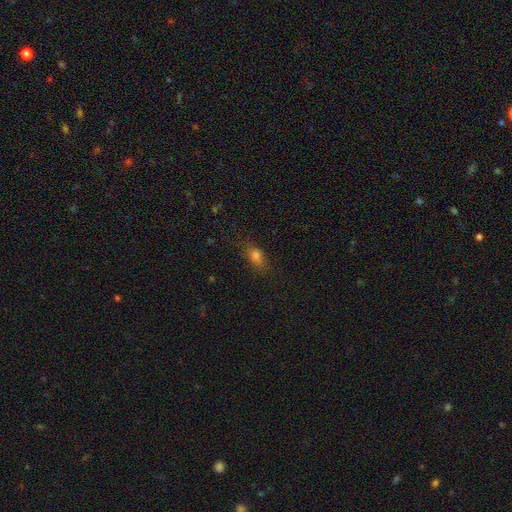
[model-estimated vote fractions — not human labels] smooth 73%, star or artifact 15%, featured or disk 12%. Down the decision tree: how rounded — in between (71%); merging — none (77%).